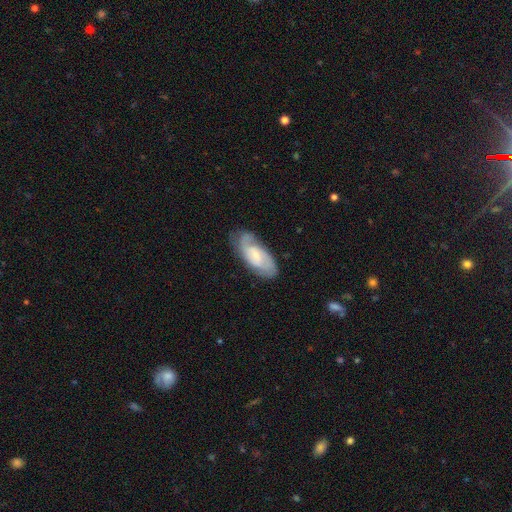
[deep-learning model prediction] A featured or disk galaxy (68%) with no bar (45%), 2 (58%) tight (43%) spiral arms (90%) and a small central bulge (58%).

Vote fractions:
- Smooth or featured? featured or disk: 68% / smooth: 26% / star or artifact: 6%
- Edge-on disk? no: 92% / yes: 8%
- Bar? no: 45% / weak: 44% / strong: 11%
- Spiral arms? yes: 90% / no: 10%
- Spiral winding? tight: 43% / medium: 41% / loose: 15%
- Spiral arm count? 2: 58% / can't tell: 24% / 1: 7% / 3: 7% / 4: 2% / more than 4: 2%
- Bulge size? small: 58% / moderate: 32% / none: 6% / large: 3% / dominant: 1%
- Merging? none: 68% / minor disturbance: 23% / major disturbance: 7% / merger: 2%